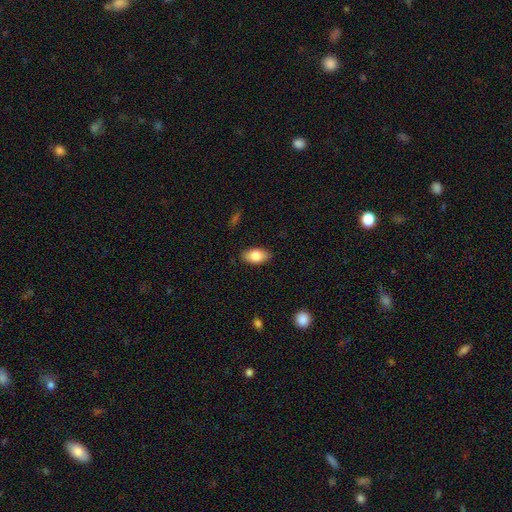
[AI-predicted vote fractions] The model was most divided on "smooth or featured": smooth: 83%, featured or disk: 10%, star or artifact: 7%. More confident: how rounded — in between (93%); merging — none (86%).